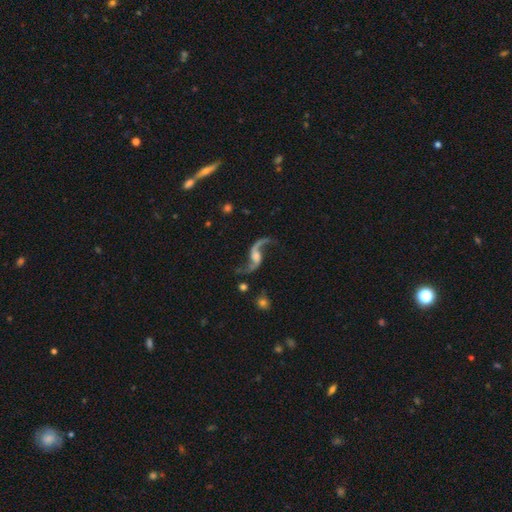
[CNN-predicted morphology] Smooth or featured: featured or disk — 91% (star or artifact — 5%)
Edge-on disk: no — 96% (yes — 4%)
Bar: no — 50% (weak — 36%)
Spiral arms: yes — 97% (no — 3%)
Spiral winding: loose — 92% (medium — 6%)
Spiral arm count: 2 — 94% (1 — 2%)
Bulge size: moderate — 33% (small — 25%)
Merging: none — 76% (minor disturbance — 12%)